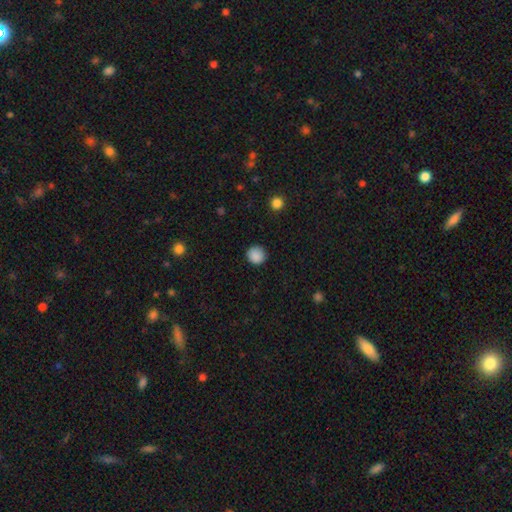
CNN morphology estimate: The model was most divided on "smooth or featured": smooth: 88%, star or artifact: 9%, featured or disk: 3%. More confident: how rounded — round (92%); merging — none (89%).